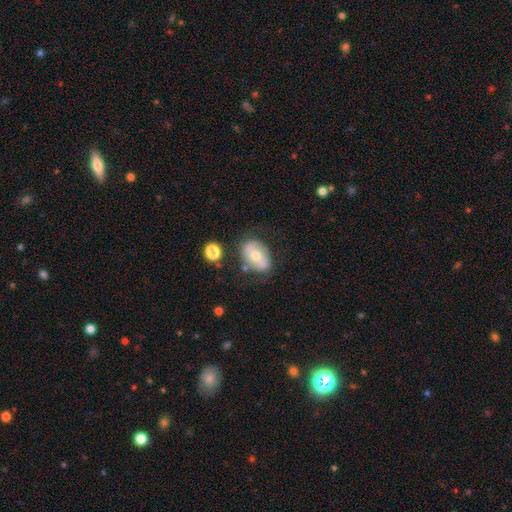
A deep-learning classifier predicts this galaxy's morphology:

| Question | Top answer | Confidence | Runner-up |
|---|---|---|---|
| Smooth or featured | featured or disk | 51% | smooth (41%) |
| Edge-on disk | no | 94% | yes (6%) |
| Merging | none | 73% | minor disturbance (18%) |